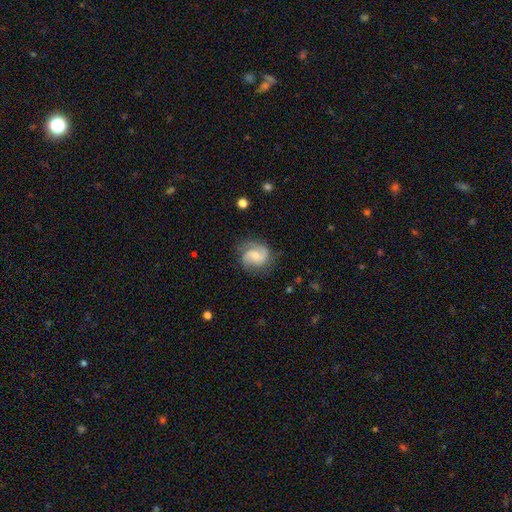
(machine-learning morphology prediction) Smooth or featured? Predicted: featured or disk (p=0.77). Edge-on disk? Predicted: no (p=0.98). Bar? Predicted: no (p=0.52). Spiral arms? Predicted: yes (p=0.96). Spiral winding? Predicted: medium (p=0.50). Spiral arm count? Predicted: 2 (p=0.81). Bulge size? Predicted: small (p=0.51). Merging? Predicted: none (p=0.74).